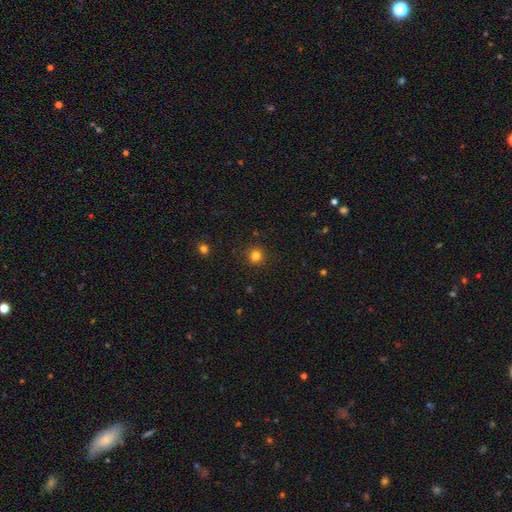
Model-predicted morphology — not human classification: This is clearly a smooth galaxy (81%). How rounded: clearly round (90%). Merging: clearly none (88%).